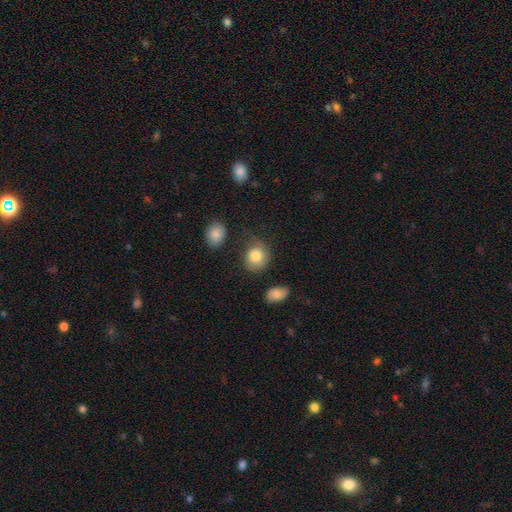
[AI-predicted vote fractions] The model was most divided on "merging": none: 54%, minor disturbance: 27%, major disturbance: 14%, merger: 5%. More confident: smooth or featured — smooth (83%); how rounded — round (72%).